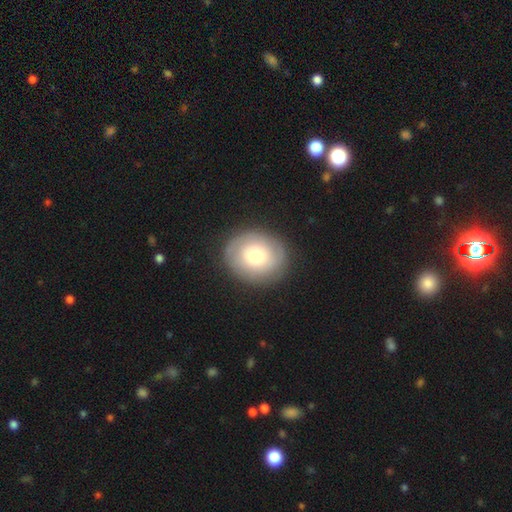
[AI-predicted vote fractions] Overall: smooth (65%; featured or disk 27%). How rounded: round (77%). Merging: none (86%).